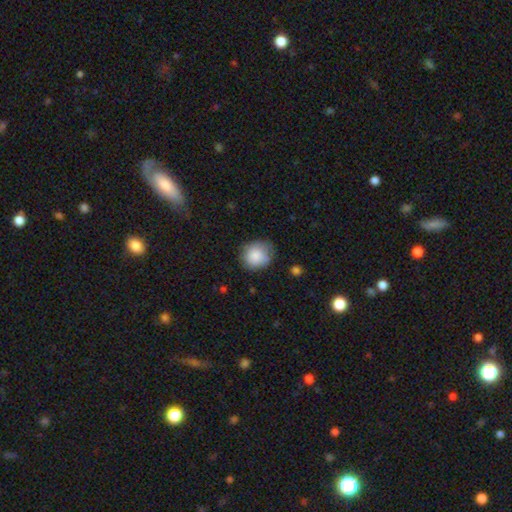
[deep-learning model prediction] smooth 85%, featured or disk 8%, star or artifact 8%. Down the decision tree: how rounded — round (78%); merging — none (66%).